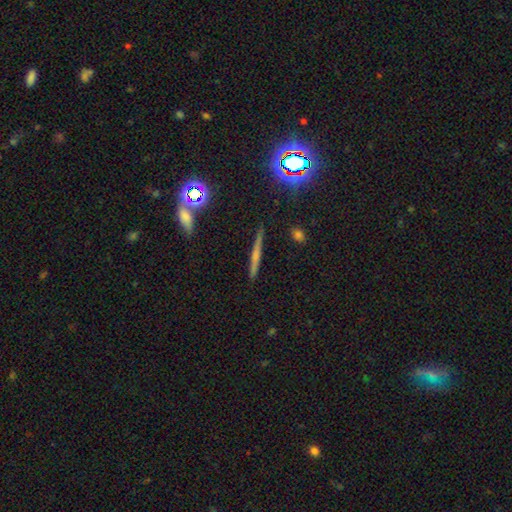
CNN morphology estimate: Smooth or featured? featured or disk (45%)
Merging? none (88%)